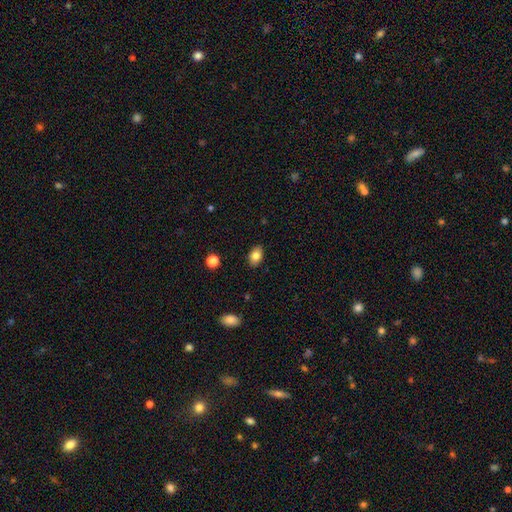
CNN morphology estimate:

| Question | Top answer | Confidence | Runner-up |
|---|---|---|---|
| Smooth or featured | smooth | 82% | featured or disk (9%) |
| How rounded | in between | 84% | round (15%) |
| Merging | none | 87% | minor disturbance (10%) |